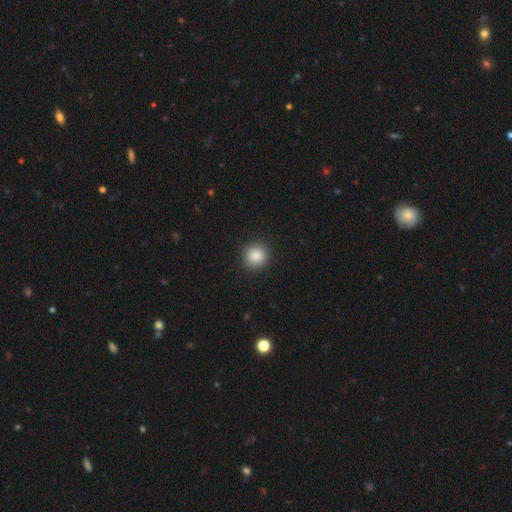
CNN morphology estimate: The model was most divided on "smooth or featured": smooth: 87%, star or artifact: 9%, featured or disk: 3%. More confident: how rounded — round (92%); merging — none (91%).